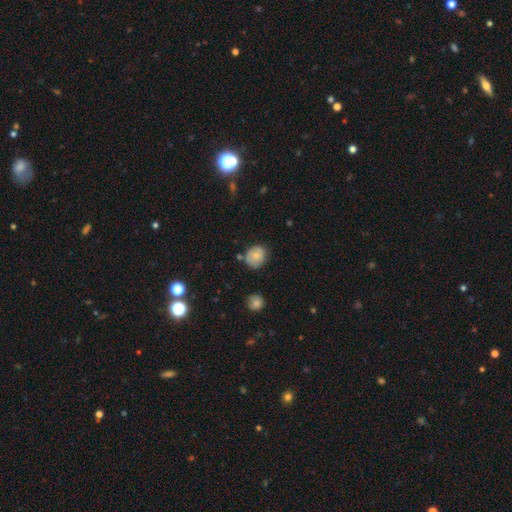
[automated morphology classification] A smooth galaxy with no disk features (73%) that is round (74%).

Vote fractions:
- Smooth or featured? smooth: 73% / featured or disk: 18% / star or artifact: 10%
- How rounded? round: 74% / in between: 25% / cigar-shaped: 1%
- Merging? none: 71% / minor disturbance: 20% / merger: 5% / major disturbance: 4%